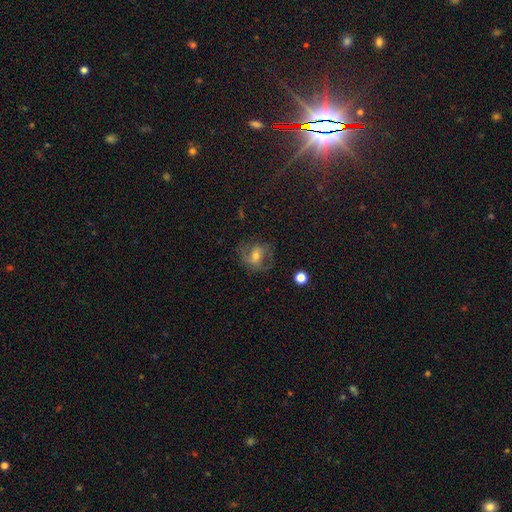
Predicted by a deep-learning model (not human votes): Q: Smooth or featured?
A: featured or disk (51%); runner-up: smooth (38%)
Q: Edge-on disk?
A: no (96%); runner-up: yes (4%)
Q: Merging?
A: none (61%); runner-up: minor disturbance (20%)